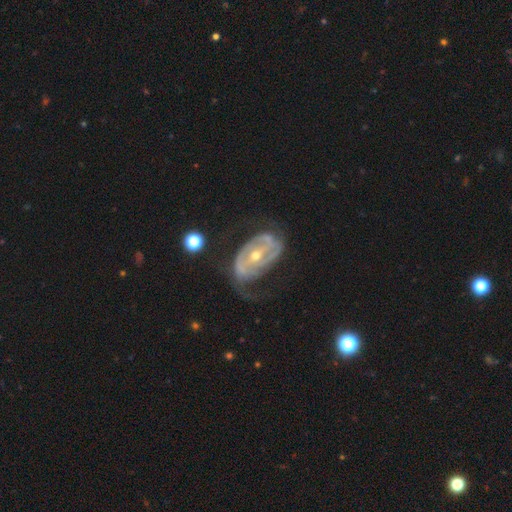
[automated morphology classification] featured or disk 86%, smooth 9%, star or artifact 5%. Down the decision tree: edge-on disk — no (95%); bar — strong (43%); spiral arms — yes (87%); spiral arm count — 2 (61%); spiral winding — tight (43%); bulge size — small (50%); merging — none (44%).